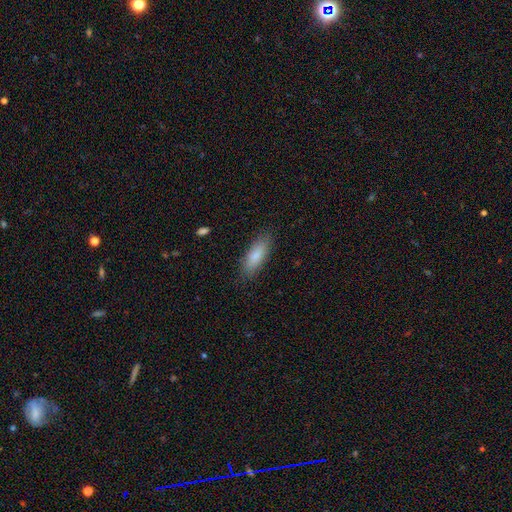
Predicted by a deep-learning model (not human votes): smooth_or_featured: smooth (p=0.83) [alt: featured or disk p=0.10]
how_rounded: in between (p=0.64) [alt: cigar-shaped p=0.34]
merging: none (p=0.85) [alt: minor disturbance p=0.11]